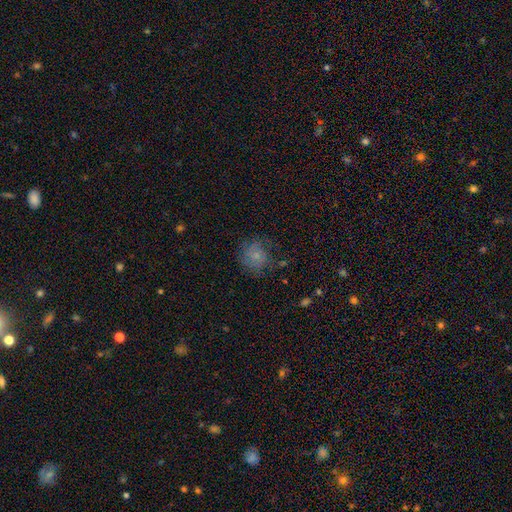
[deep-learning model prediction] Smooth or featured? smooth (58%)
How rounded? round (84%)
Merging? none (65%)